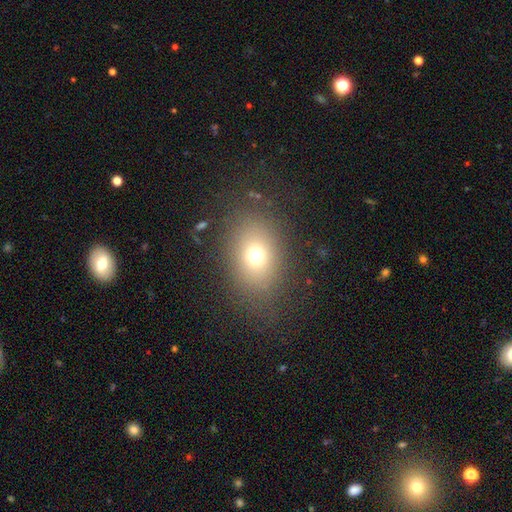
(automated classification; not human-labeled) smooth_or_featured: smooth (p=0.71) [alt: star or artifact p=0.16]
how_rounded: in between (p=0.64) [alt: round p=0.35]
merging: none (p=0.80) [alt: minor disturbance p=0.12]